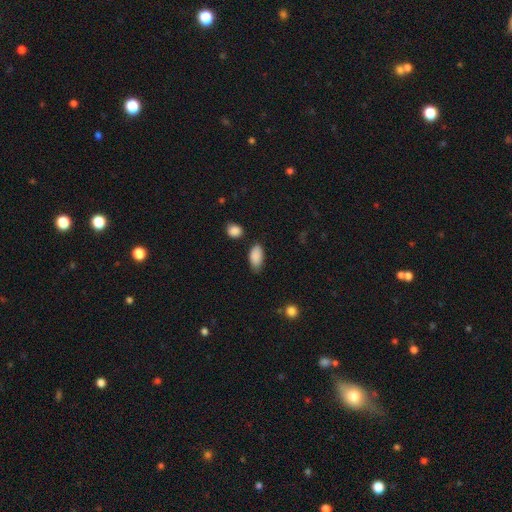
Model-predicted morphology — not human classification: Q: Smooth or featured?
A: smooth (89%); runner-up: star or artifact (7%)
Q: How rounded?
A: in between (92%); runner-up: cigar-shaped (4%)
Q: Merging?
A: none (72%); runner-up: minor disturbance (21%)